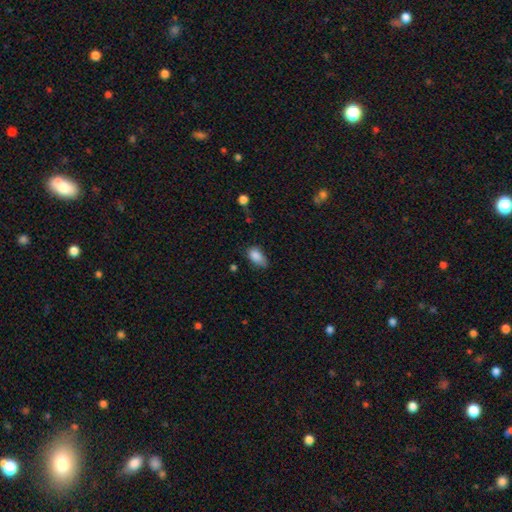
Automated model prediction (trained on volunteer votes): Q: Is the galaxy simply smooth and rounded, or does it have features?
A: smooth — 85%.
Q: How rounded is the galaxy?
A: in between — 90%.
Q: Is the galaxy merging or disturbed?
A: none — 50%.